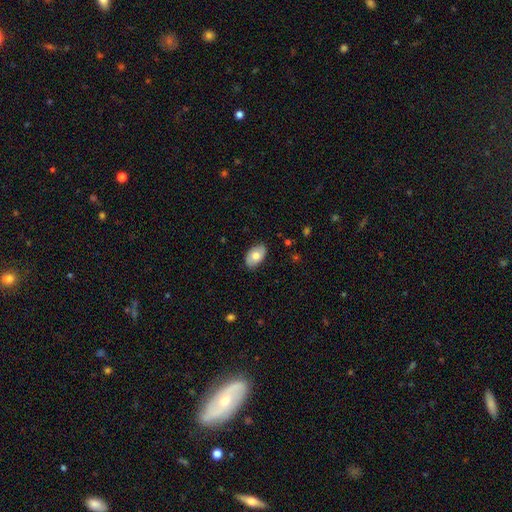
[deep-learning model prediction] smooth 73%, featured or disk 20%, star or artifact 6%. Down the decision tree: how rounded — in between (92%); merging — none (84%).